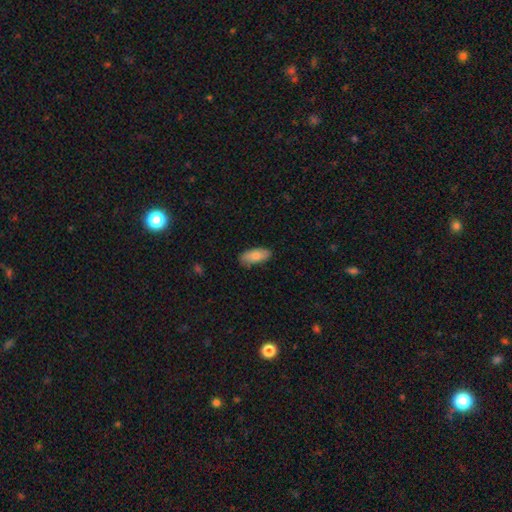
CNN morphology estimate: A smooth galaxy with no disk features (80%) that is in between round and cigar-shaped (86%). Merging: none (82%).